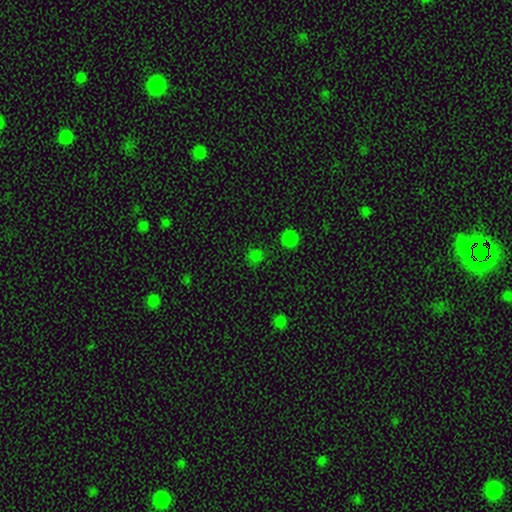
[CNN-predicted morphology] This is likely a smooth galaxy (64%). How rounded: clearly round (90%). Merging: clearly none (84%).